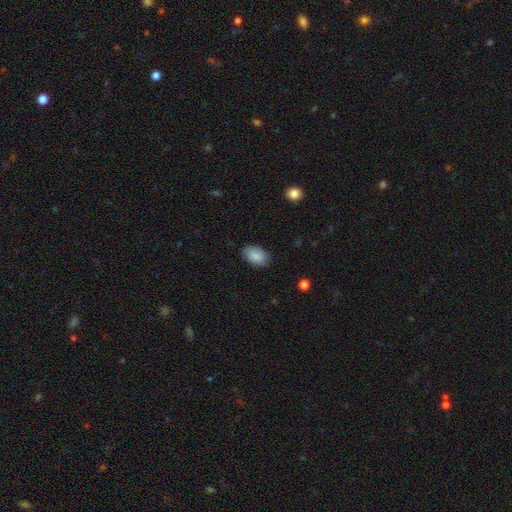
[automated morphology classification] A smooth galaxy with no disk features (89%) that is in between round and cigar-shaped (91%). Merging: none (83%).